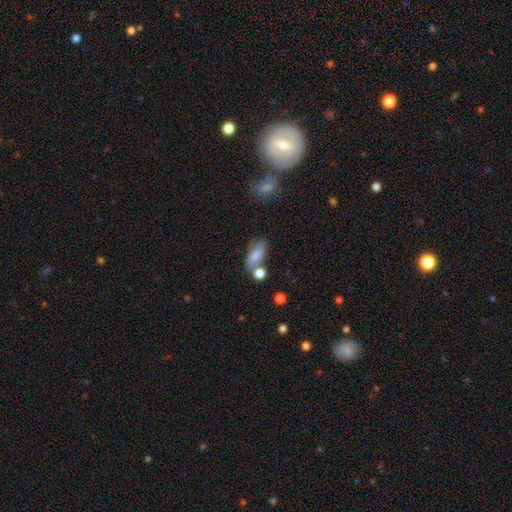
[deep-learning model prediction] smooth 77%, featured or disk 15%, star or artifact 9%. Down the decision tree: how rounded — in between (79%); merging — none (52%).